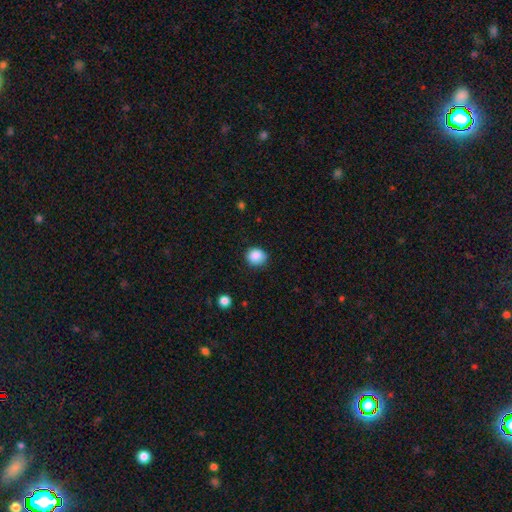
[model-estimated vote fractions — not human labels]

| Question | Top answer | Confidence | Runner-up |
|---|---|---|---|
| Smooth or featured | smooth | 87% | star or artifact (9%) |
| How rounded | round | 75% | in between (25%) |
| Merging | none | 80% | minor disturbance (16%) |